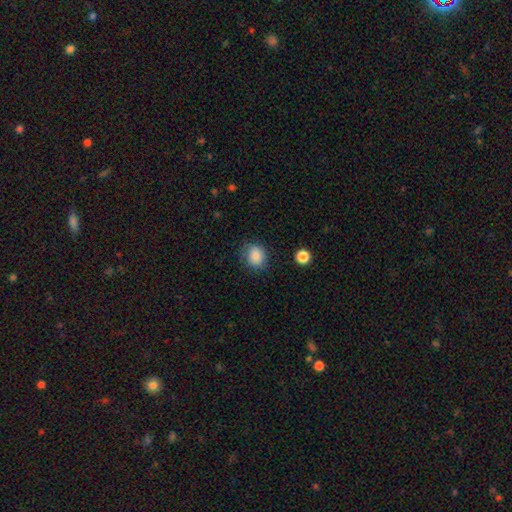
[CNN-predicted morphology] smooth 84%, star or artifact 9%, featured or disk 7%. Down the decision tree: how rounded — round (66%); merging — none (74%).